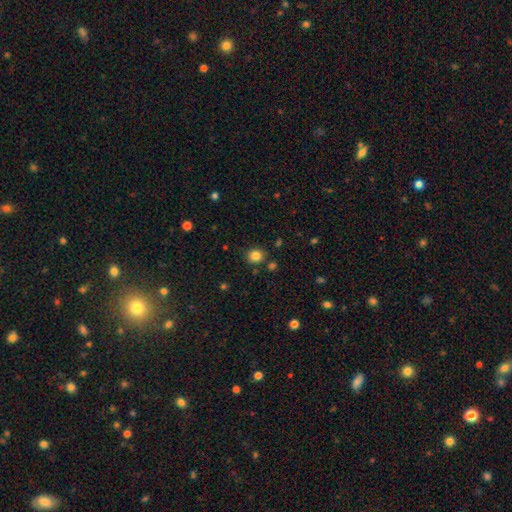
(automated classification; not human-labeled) Smooth or featured? smooth (83%)
How rounded? round (86%)
Merging? none (85%)